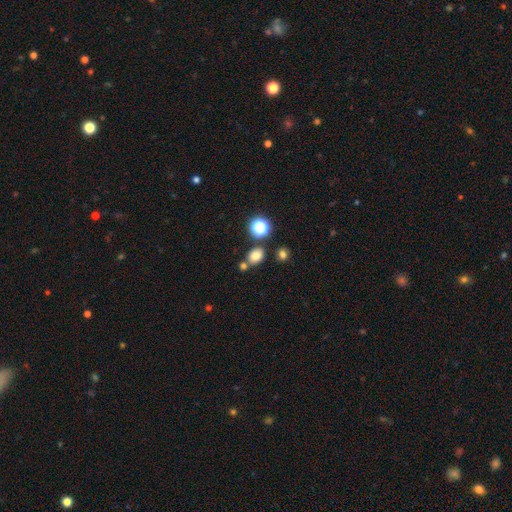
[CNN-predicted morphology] smooth-or-featured: smooth: 77% | star or artifact: 16% | featured or disk: 7%
  how-rounded: in between: 55% | round: 43% | cigar-shaped: 1%
  merging: none: 70% | merger: 15% | minor disturbance: 11% | major disturbance: 4%